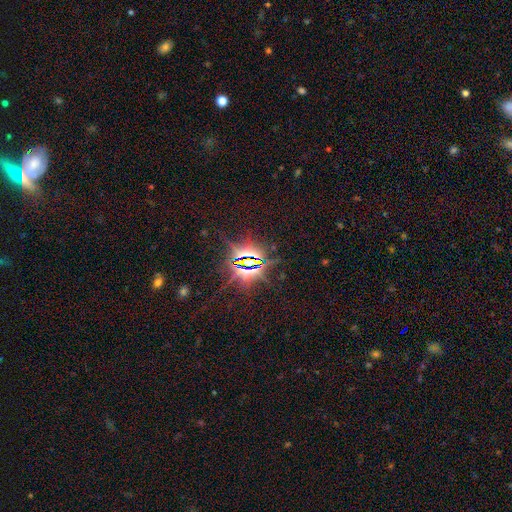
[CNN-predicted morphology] Q: Smooth or featured?
A: star or artifact (83%); runner-up: featured or disk (9%)